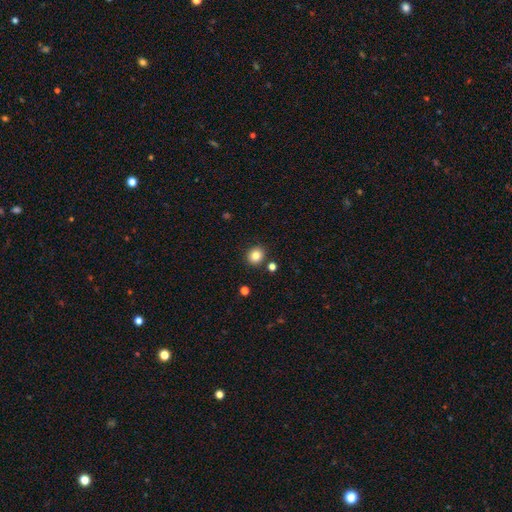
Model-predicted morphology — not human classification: This is clearly a smooth galaxy (83%). How rounded: clearly round (87%). Merging: clearly none (88%).